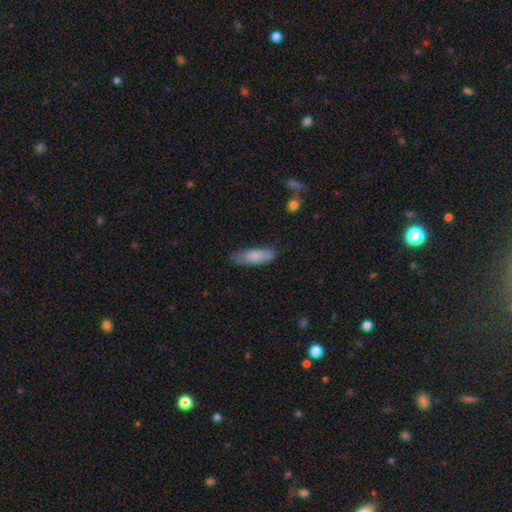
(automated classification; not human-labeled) smooth 80%, featured or disk 15%, star or artifact 6%. Down the decision tree: how rounded — in between (59%); merging — none (72%).